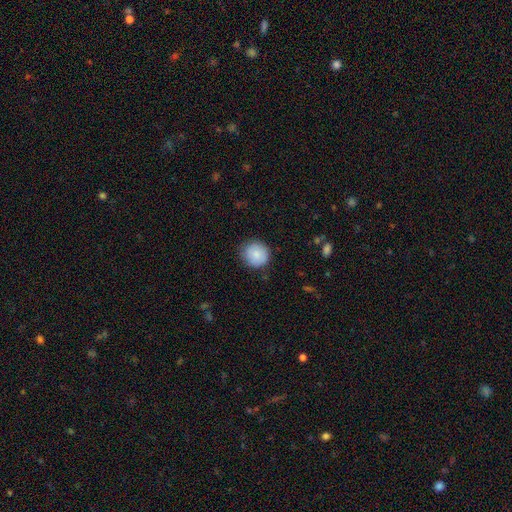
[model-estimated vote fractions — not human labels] Smooth or featured: smooth — 85% (featured or disk — 8%)
How rounded: round — 92% (in between — 7%)
Merging: none — 82% (minor disturbance — 14%)